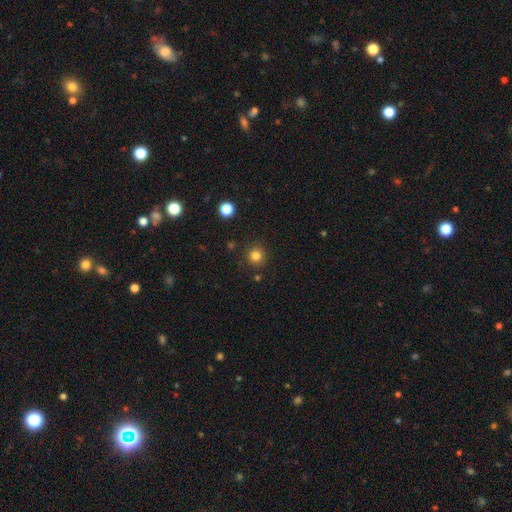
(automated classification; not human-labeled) smooth 81%, star or artifact 14%, featured or disk 5%. Down the decision tree: how rounded — round (94%); merging — none (89%).